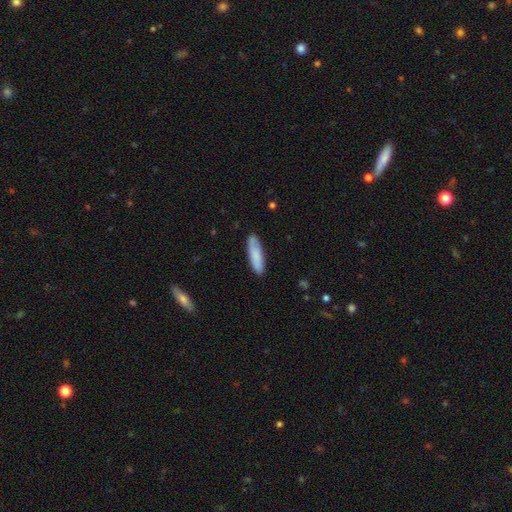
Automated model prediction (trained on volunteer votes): The model was most divided on "how rounded": cigar-shaped: 66%, in between: 32%, round: 1%. More confident: merging — none (85%); smooth or featured — smooth (81%).